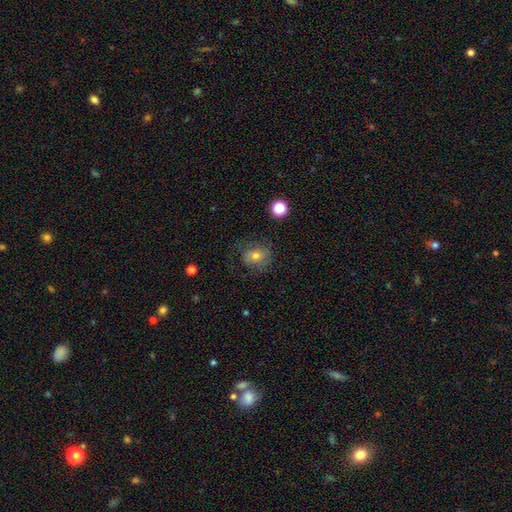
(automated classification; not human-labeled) Smooth or featured? Predicted: smooth (p=0.64). How rounded? Predicted: round (p=0.68). Merging? Predicted: none (p=0.65).